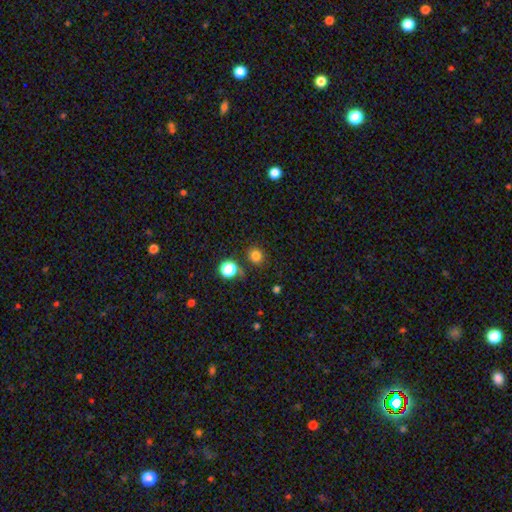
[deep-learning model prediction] This appears to be a smooth galaxy with no disk features (80%) that is round (79%). Merging: none (82%).